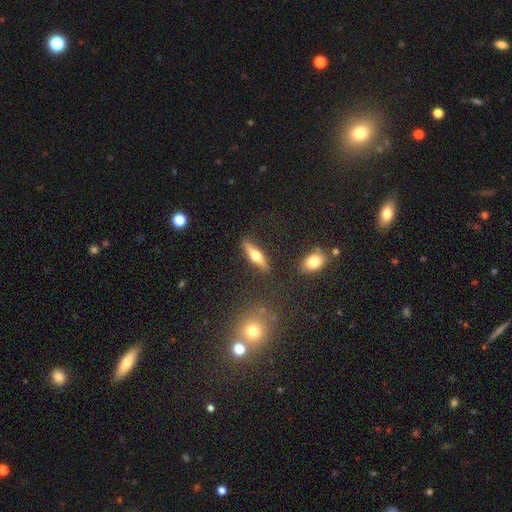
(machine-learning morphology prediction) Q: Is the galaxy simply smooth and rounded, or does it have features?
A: featured or disk — 59%.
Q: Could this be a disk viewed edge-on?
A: yes — 94%.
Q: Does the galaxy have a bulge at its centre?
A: rounded — 95%.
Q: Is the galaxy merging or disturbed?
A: none — 86%.